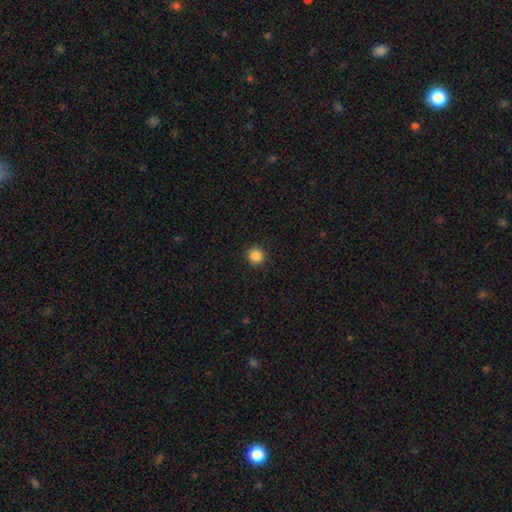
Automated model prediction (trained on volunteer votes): Smooth or featured?
  - smooth: 86% *
  - star or artifact: 11%
  - featured or disk: 3%
How rounded?
  - round: 94% *
  - in between: 5%
  - cigar-shaped: 1%
Merging?
  - none: 93% *
  - minor disturbance: 5%
  - major disturbance: 2%
  - merger: 1%